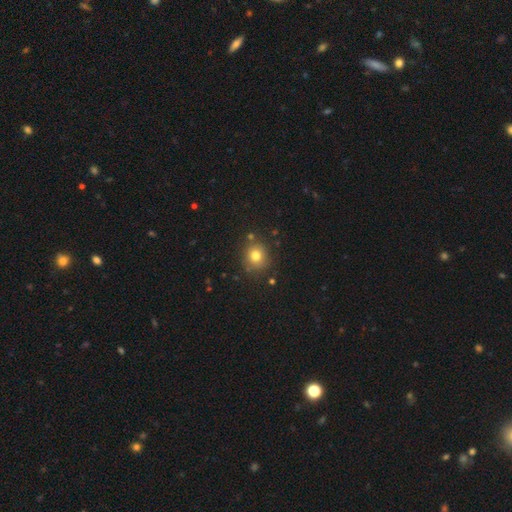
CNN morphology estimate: A smooth galaxy with no disk features (77%) that is round (85%). Merging: none (82%).